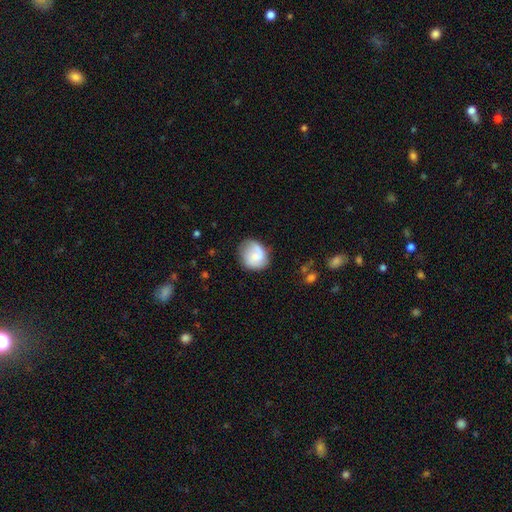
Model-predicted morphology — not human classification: This is possibly a smooth galaxy (59%). How rounded: likely round (72%). Merging: likely none (62%).